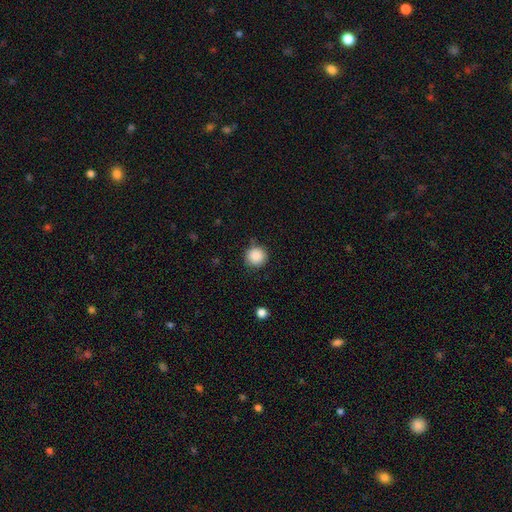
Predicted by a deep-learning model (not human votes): smooth-or-featured: smooth: 88% | star or artifact: 9% | featured or disk: 3%
  how-rounded: round: 94% | in between: 5% | cigar-shaped: 1%
  merging: none: 85% | minor disturbance: 10% | major disturbance: 3% | merger: 2%